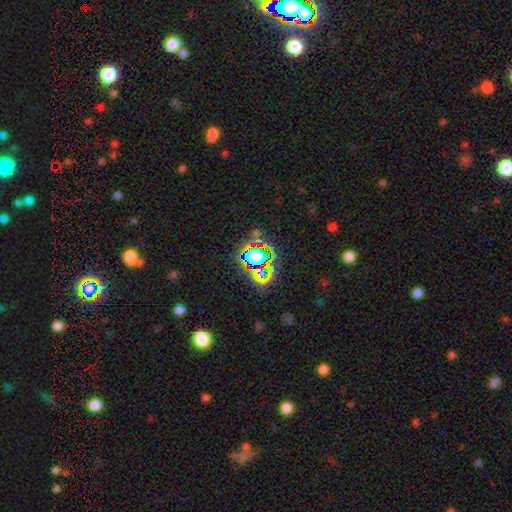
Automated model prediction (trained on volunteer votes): Overall: star or artifact (65%).